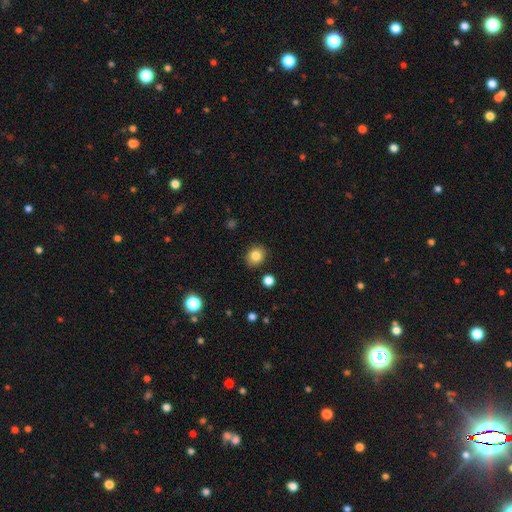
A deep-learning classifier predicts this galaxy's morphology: type=smooth (83%); roundness=round (68%); merging=none (88%).